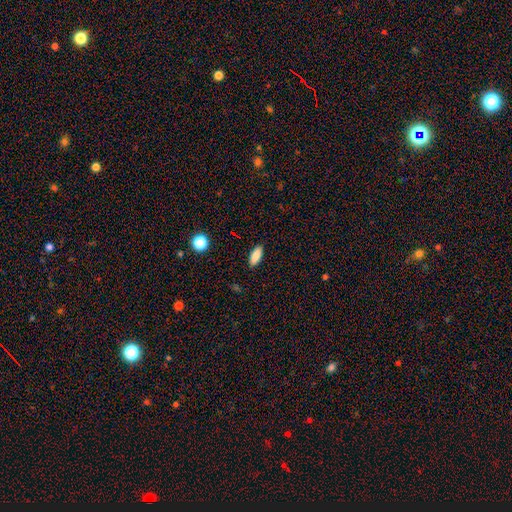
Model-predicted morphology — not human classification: smooth 86%, star or artifact 8%, featured or disk 6%. Down the decision tree: how rounded — in between (74%); merging — none (89%).